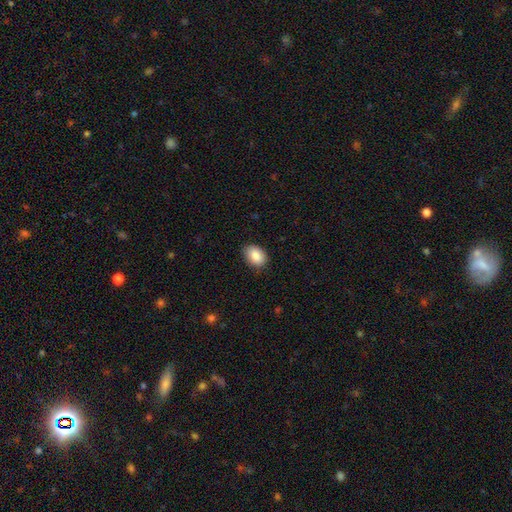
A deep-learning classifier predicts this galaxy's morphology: smooth 87%, star or artifact 8%, featured or disk 6%. Down the decision tree: how rounded — in between (80%); merging — none (83%).